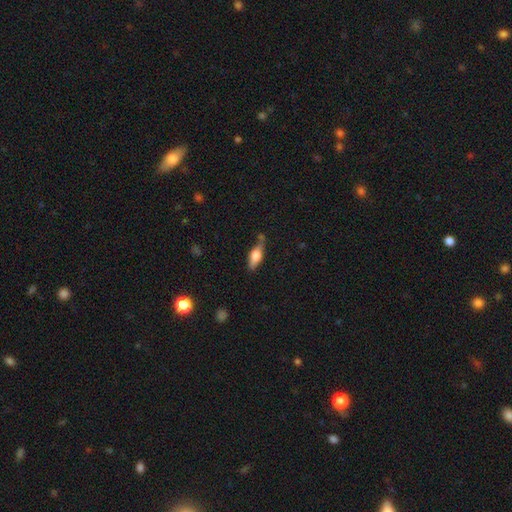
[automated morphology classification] Overall: smooth (52%; featured or disk 41%). How rounded: in between (61%; cigar-shaped 35%). Merging: none (70%).